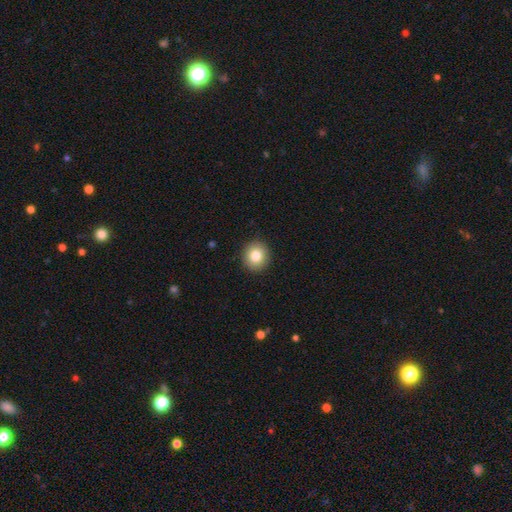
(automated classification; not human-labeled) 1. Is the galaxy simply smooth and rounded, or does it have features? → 83% smooth, 9% star or artifact, 8% featured or disk.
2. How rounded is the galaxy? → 87% round, 12% in between, 1% cigar-shaped.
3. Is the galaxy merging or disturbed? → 91% none, 6% minor disturbance, 2% major disturbance, 1% merger.